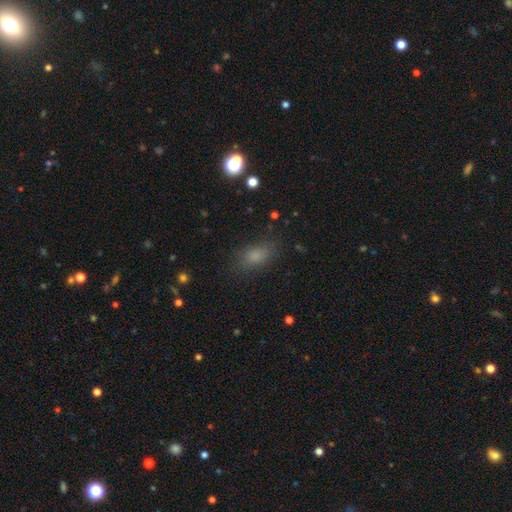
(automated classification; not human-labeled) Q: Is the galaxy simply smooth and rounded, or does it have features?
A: smooth — 79%.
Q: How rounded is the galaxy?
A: in between — 83%.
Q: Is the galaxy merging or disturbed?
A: none — 80%.